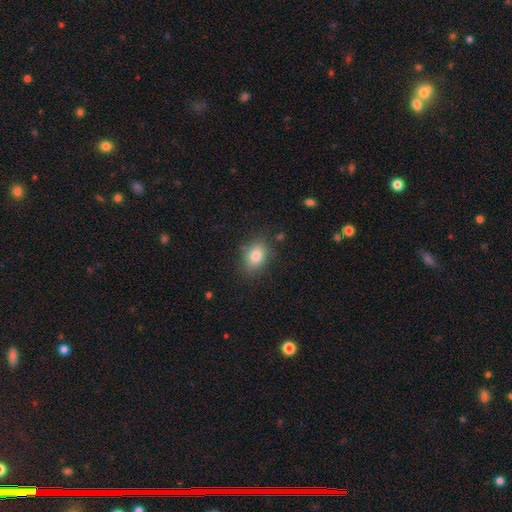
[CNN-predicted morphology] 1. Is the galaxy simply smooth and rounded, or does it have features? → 82% smooth, 9% star or artifact, 9% featured or disk.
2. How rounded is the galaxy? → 74% in between, 25% round, 1% cigar-shaped.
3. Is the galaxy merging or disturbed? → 81% none, 14% minor disturbance, 4% major disturbance, 2% merger.